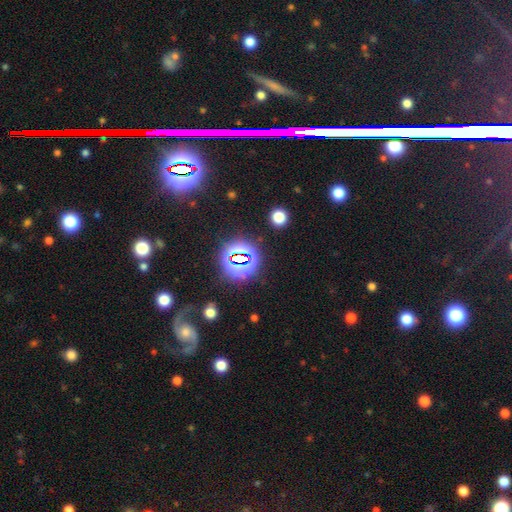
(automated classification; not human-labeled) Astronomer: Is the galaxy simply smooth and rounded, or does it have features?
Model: star or artifact — 69%.